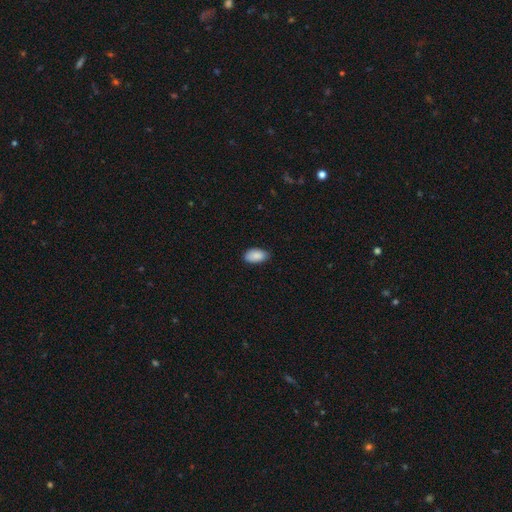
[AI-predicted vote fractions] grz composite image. It shows a smooth galaxy with no disk features (89%) that is in between round and cigar-shaped (94%). Merging: none (80%).